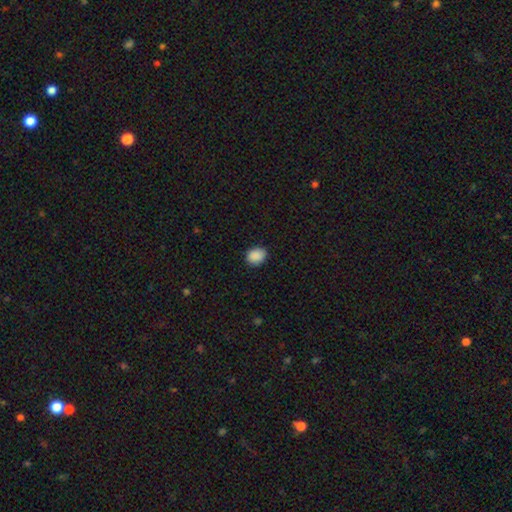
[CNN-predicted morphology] Q: Smooth or featured?
A: smooth (90%); runner-up: star or artifact (8%)
Q: How rounded?
A: in between (54%); runner-up: round (46%)
Q: Merging?
A: none (87%); runner-up: minor disturbance (10%)